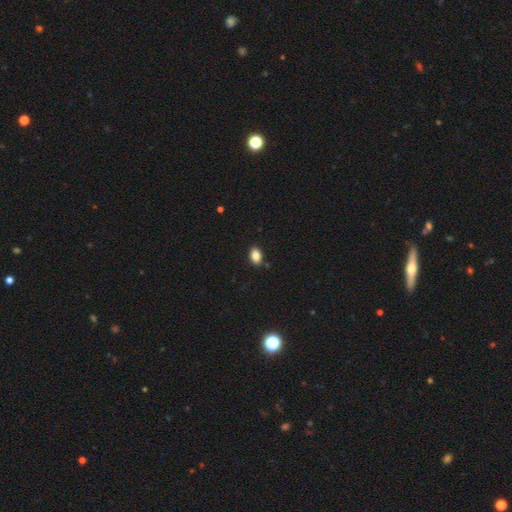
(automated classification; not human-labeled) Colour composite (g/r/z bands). It shows a smooth galaxy with no disk features (85%) that is in between round and cigar-shaped (87%). Merging: none (88%).